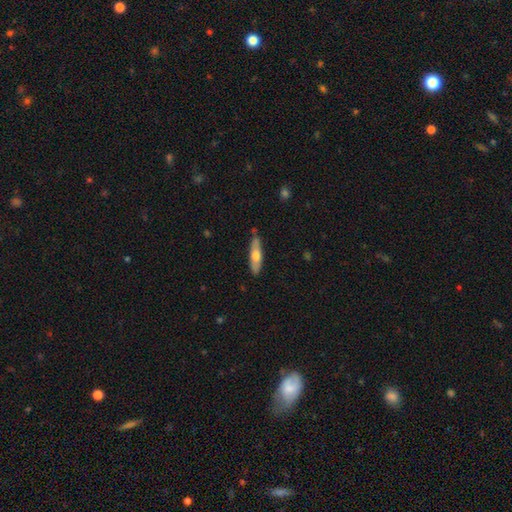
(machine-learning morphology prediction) A smooth galaxy with no disk features (56%) that is cigar-shaped (68%).

Vote fractions:
- Smooth or featured? smooth: 56% / featured or disk: 39% / star or artifact: 5%
- How rounded? cigar-shaped: 68% / in between: 30% / round: 2%
- Merging? none: 80% / minor disturbance: 15% / merger: 3% / major disturbance: 2%